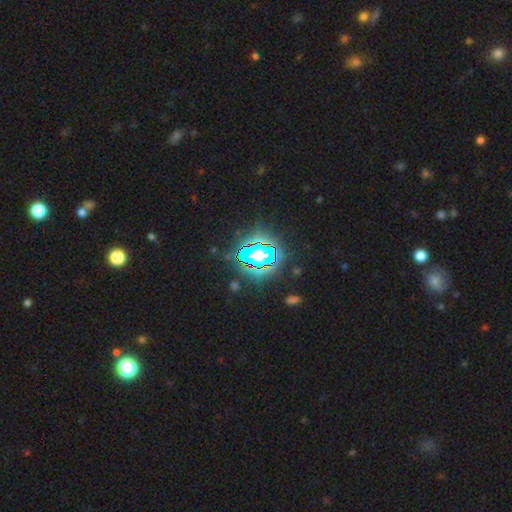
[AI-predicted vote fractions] Smooth or featured?
  - star or artifact: 72% *
  - smooth: 16%
  - featured or disk: 12%